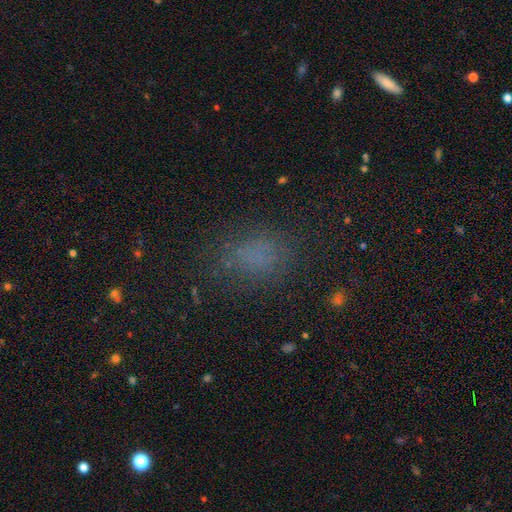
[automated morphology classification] Smooth or featured? Predicted: smooth (p=0.71). How rounded? Predicted: in between (p=0.73). Merging? Predicted: none (p=0.72).